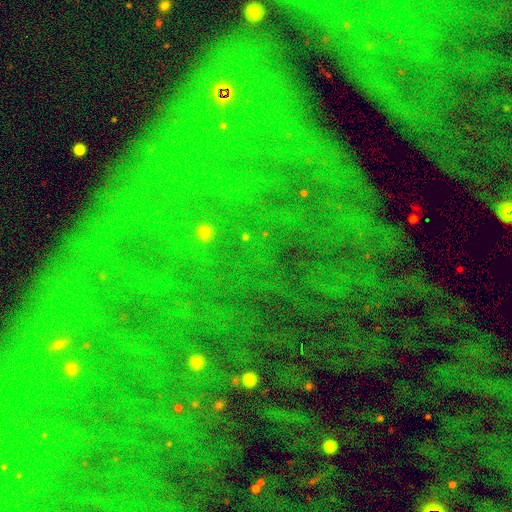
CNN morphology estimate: The model was most divided on "smooth or featured": star or artifact: 83%, smooth: 8%, featured or disk: 8%.